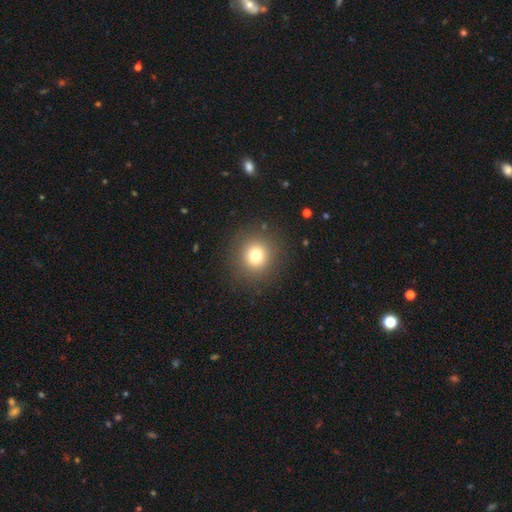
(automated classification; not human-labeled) A smooth galaxy with no disk features (76%) that is round (93%). Merging: none (89%).